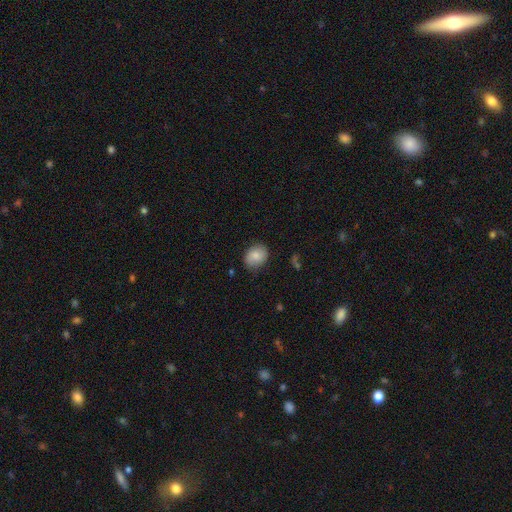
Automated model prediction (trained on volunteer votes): Smooth or featured? smooth (82%)
How rounded? in between (55%)
Merging? none (79%)